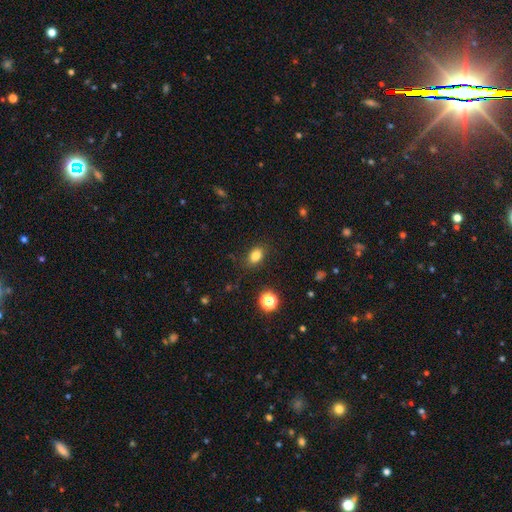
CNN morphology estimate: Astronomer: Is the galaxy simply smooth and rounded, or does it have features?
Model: smooth — 82%.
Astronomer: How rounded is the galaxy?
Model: in between — 76%.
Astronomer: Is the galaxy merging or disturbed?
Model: none — 85%.